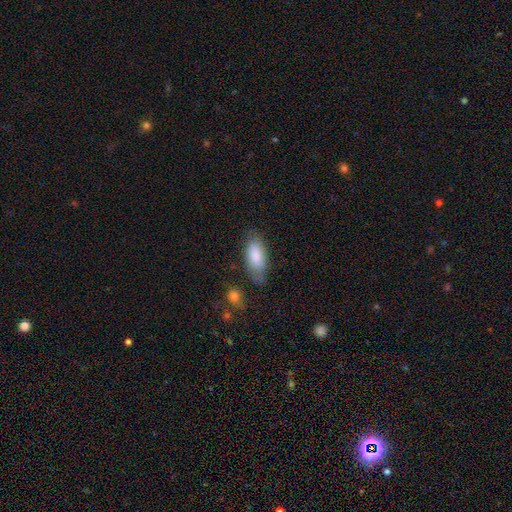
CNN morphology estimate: Q: Smooth or featured?
A: smooth (82%); runner-up: featured or disk (11%)
Q: How rounded?
A: in between (87%); runner-up: cigar-shaped (11%)
Q: Merging?
A: none (61%); runner-up: minor disturbance (26%)